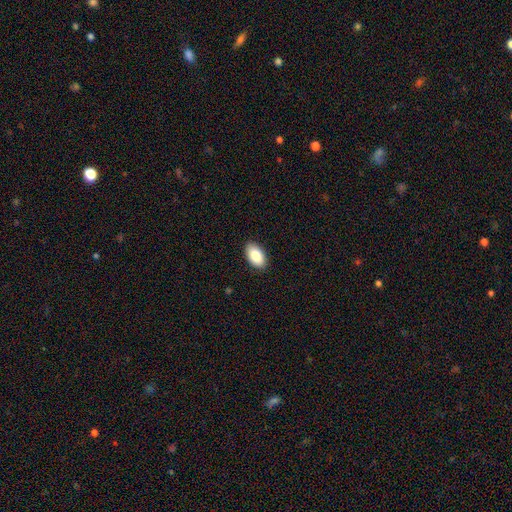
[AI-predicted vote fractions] Q: Smooth or featured?
A: smooth (86%); runner-up: featured or disk (7%)
Q: How rounded?
A: in between (95%); runner-up: round (4%)
Q: Merging?
A: none (89%); runner-up: minor disturbance (8%)